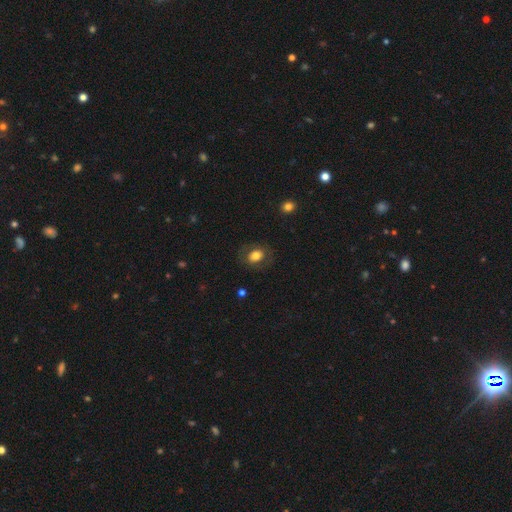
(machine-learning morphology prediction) smooth-or-featured: smooth: 71% | featured or disk: 21% | star or artifact: 8%
  how-rounded: in between: 58% | round: 41% | cigar-shaped: 1%
  merging: none: 79% | minor disturbance: 12% | major disturbance: 8% | merger: 1%